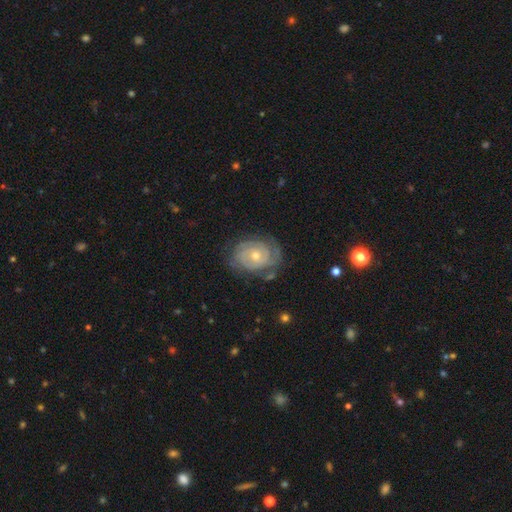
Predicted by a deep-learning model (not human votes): Overall: featured or disk (80%). Edge-on disk: no (97%). Bar: no (77%). Spiral arms: yes (90%). Spiral arm count: 2 (39%; can't tell 33%). Spiral winding: tight (75%). Bulge size: moderate (48%, tied with small). Merging: none (72%).